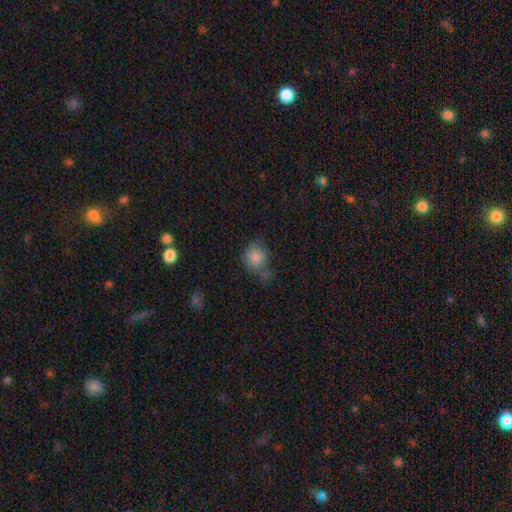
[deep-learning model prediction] smooth-or-featured: smooth: 83% | star or artifact: 10% | featured or disk: 8%
  how-rounded: round: 82% | in between: 17% | cigar-shaped: 1%
  merging: none: 49% | minor disturbance: 24% | merger: 18% | major disturbance: 9%